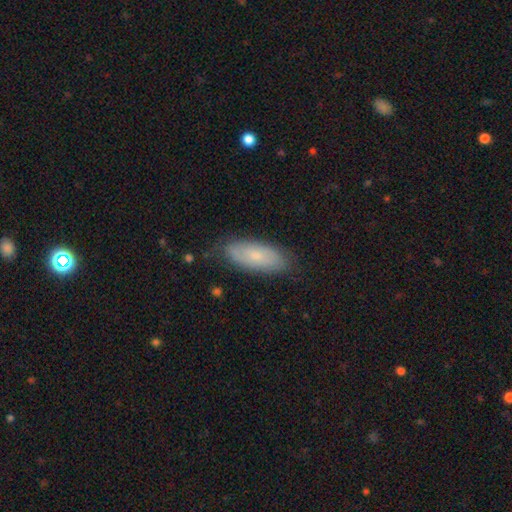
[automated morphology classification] Q: Smooth or featured?
A: smooth (67%); runner-up: featured or disk (27%)
Q: How rounded?
A: in between (82%); runner-up: cigar-shaped (16%)
Q: Merging?
A: none (79%); runner-up: minor disturbance (17%)